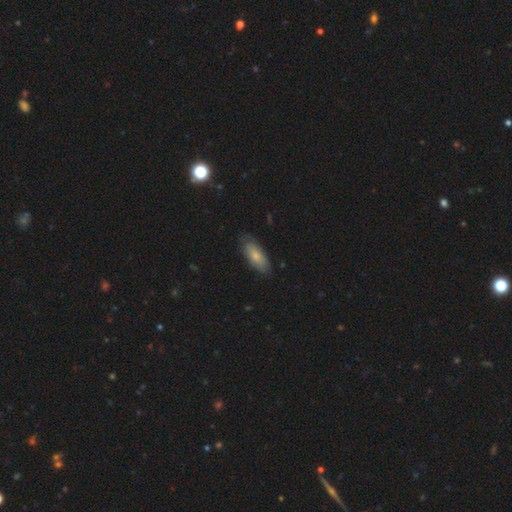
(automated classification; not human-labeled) Smooth or featured? smooth (73%)
How rounded? in between (80%)
Merging? none (75%)